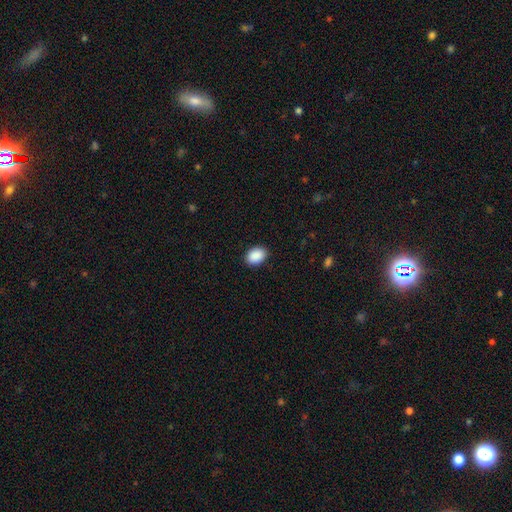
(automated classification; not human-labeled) Smooth or featured? Predicted: smooth (p=0.91). How rounded? Predicted: in between (p=0.79). Merging? Predicted: none (p=0.90).